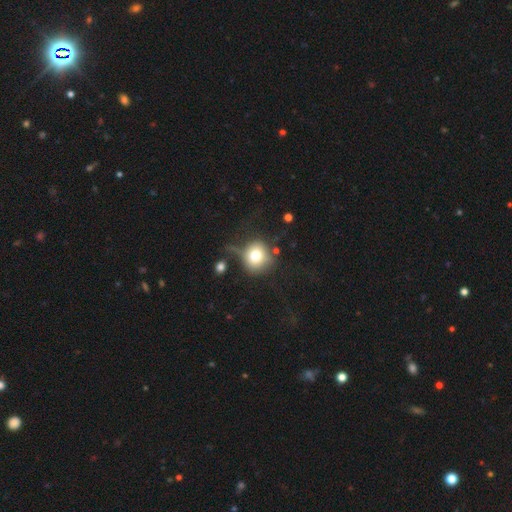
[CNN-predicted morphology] type=smooth (71%); roundness=round (86%); merging=none (57%).